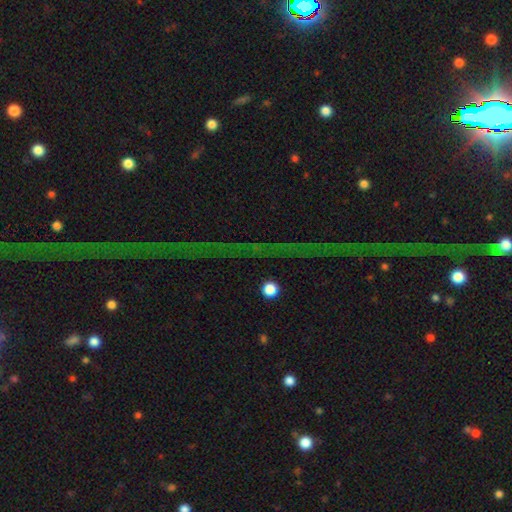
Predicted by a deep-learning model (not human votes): smooth_or_featured: star or artifact (p=0.76) [alt: featured or disk p=0.15]